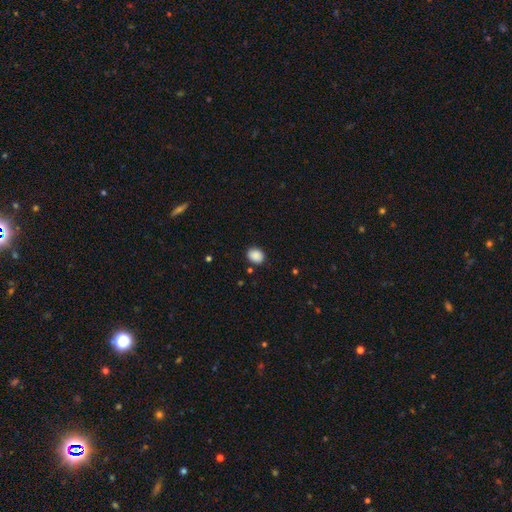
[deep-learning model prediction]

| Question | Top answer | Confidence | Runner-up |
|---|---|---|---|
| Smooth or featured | smooth | 89% | star or artifact (8%) |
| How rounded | round | 50% | in between (49%) |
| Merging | none | 85% | minor disturbance (10%) |